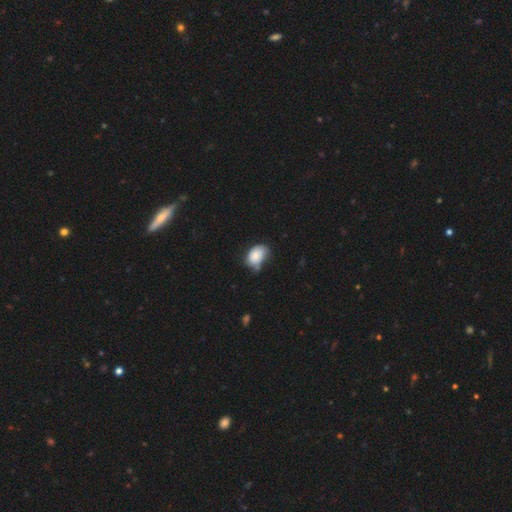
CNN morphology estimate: A smooth galaxy with no disk features (79%) that is in between round and cigar-shaped (83%).

Vote fractions:
- Smooth or featured? smooth: 79% / featured or disk: 14% / star or artifact: 7%
- How rounded? in between: 83% / round: 16% / cigar-shaped: 1%
- Merging? none: 42% / minor disturbance: 41% / major disturbance: 10% / merger: 7%